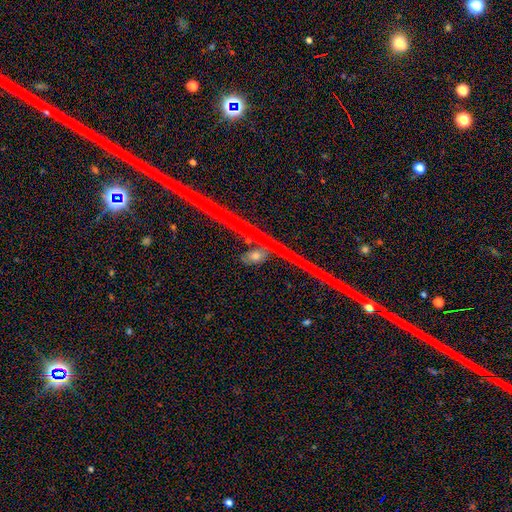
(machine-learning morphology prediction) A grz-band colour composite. It shows a star or artifact, not a galaxy (56%).